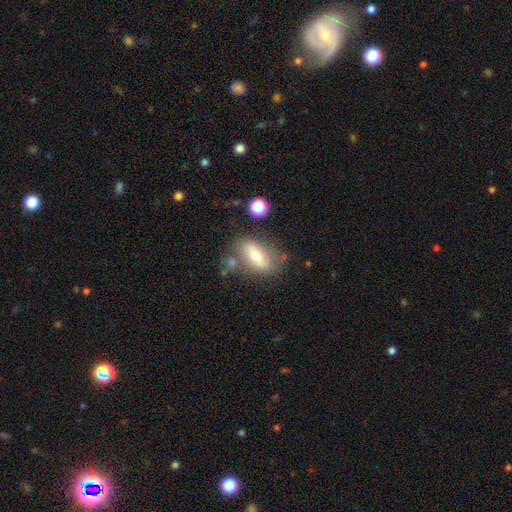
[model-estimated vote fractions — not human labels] Smooth or featured? Predicted: smooth (p=0.55). How rounded? Predicted: in between (p=0.77). Merging? Predicted: none (p=0.63).